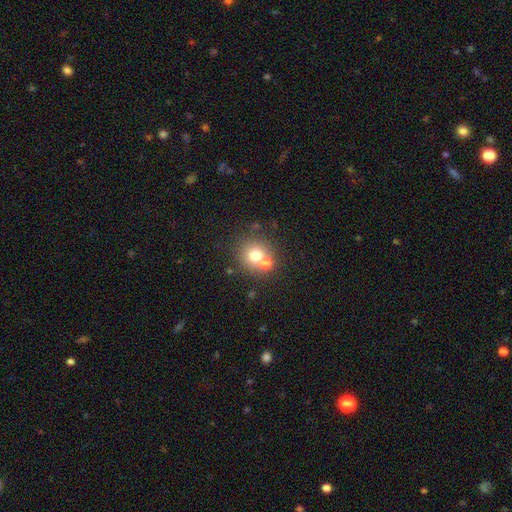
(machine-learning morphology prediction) Q: Smooth or featured?
A: smooth (71%); runner-up: featured or disk (15%)
Q: How rounded?
A: round (88%); runner-up: in between (11%)
Q: Merging?
A: none (57%); runner-up: merger (32%)